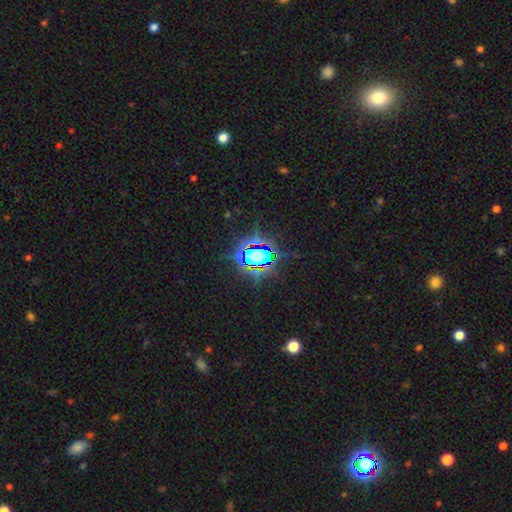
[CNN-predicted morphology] star or artifact 71%, smooth 18%, featured or disk 11%.